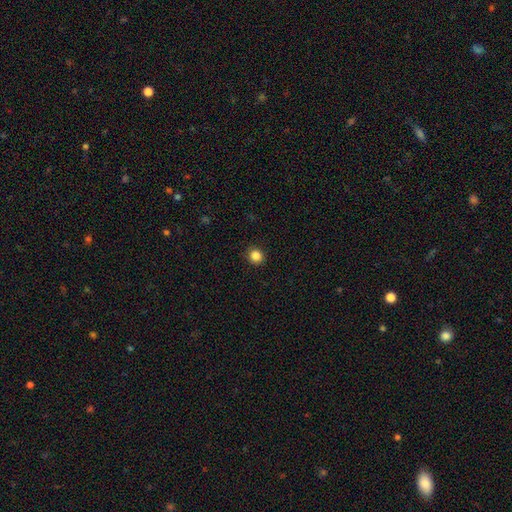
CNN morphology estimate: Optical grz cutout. It shows a smooth galaxy with no disk features (85%) that is round (90%). Merging: none (92%).